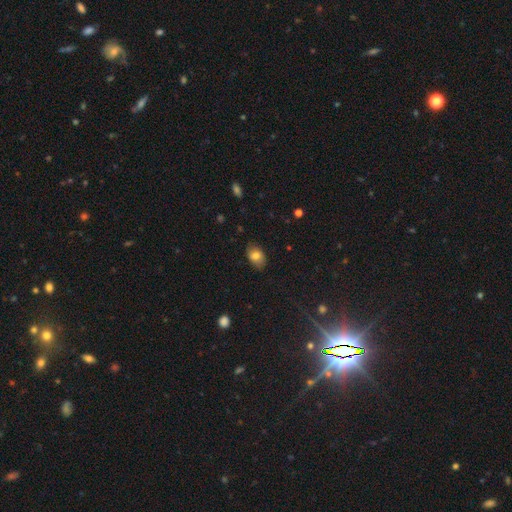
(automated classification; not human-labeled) A smooth galaxy with no disk features (77%) that is in between round and cigar-shaped (80%).

Vote fractions:
- Smooth or featured? smooth: 77% / featured or disk: 13% / star or artifact: 10%
- How rounded? in between: 80% / round: 19% / cigar-shaped: 1%
- Merging? none: 81% / minor disturbance: 15% / major disturbance: 3% / merger: 1%